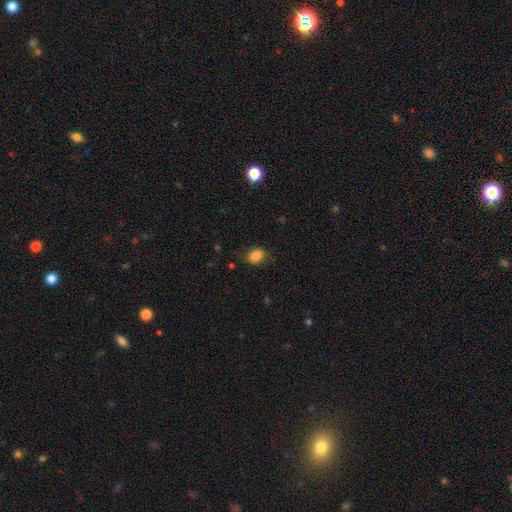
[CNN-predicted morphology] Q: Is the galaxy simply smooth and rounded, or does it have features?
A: smooth — 85%.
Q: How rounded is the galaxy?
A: in between — 55%.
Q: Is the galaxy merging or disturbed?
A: none — 80%.